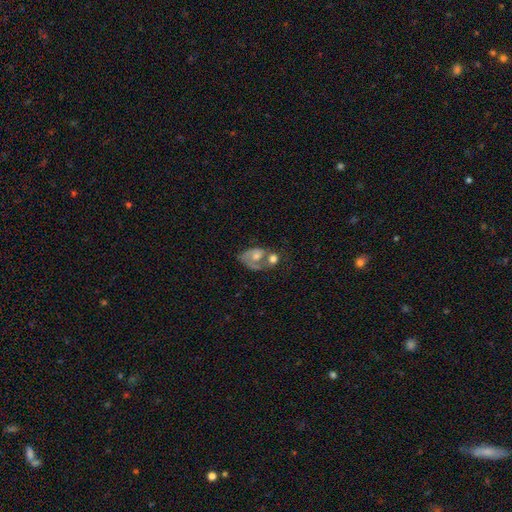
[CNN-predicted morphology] Q: Smooth or featured?
A: featured or disk (65%); runner-up: smooth (28%)
Q: Edge-on disk?
A: no (97%); runner-up: yes (3%)
Q: Bar?
A: no (72%); runner-up: weak (23%)
Q: Spiral arms?
A: yes (77%); runner-up: no (23%)
Q: Bulge size?
A: moderate (56%); runner-up: small (23%)
Q: Merging?
A: merger (52%); runner-up: none (19%)